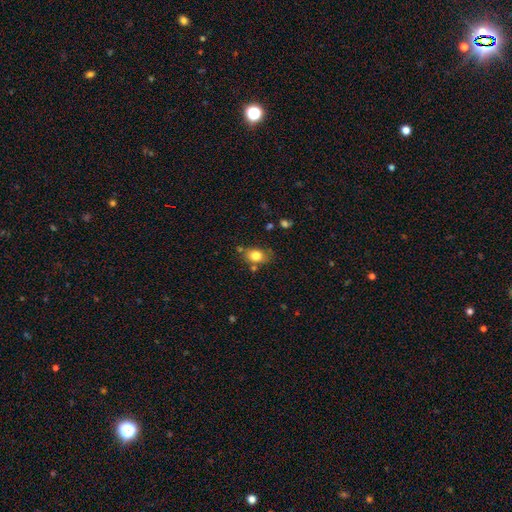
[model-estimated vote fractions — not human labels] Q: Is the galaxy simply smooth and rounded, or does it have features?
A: smooth — 79%.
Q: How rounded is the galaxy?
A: in between — 66%.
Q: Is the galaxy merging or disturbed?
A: none — 69%.